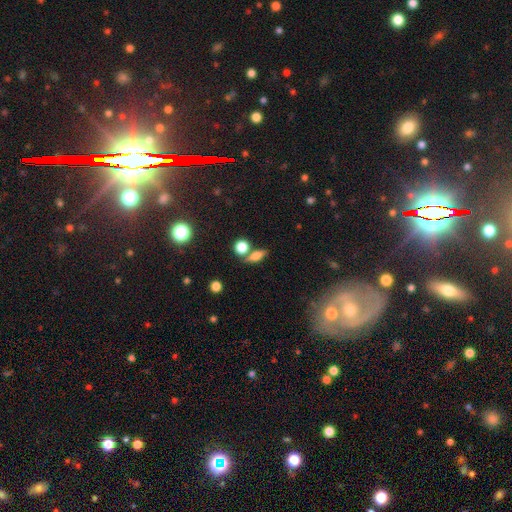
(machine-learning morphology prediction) The model was most divided on "how rounded": in between: 51%, round: 25%, cigar-shaped: 24%. More confident: smooth or featured — smooth (68%); merging — none (64%).